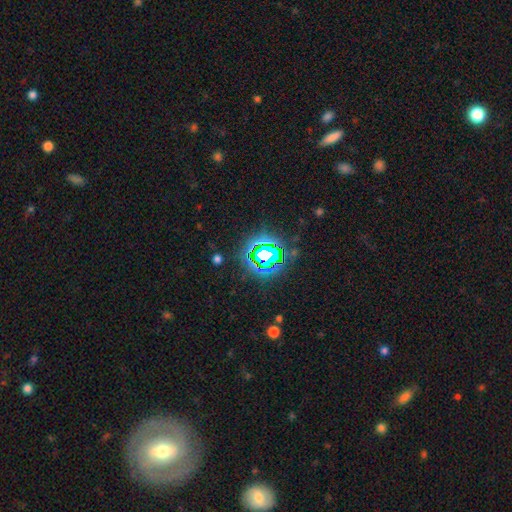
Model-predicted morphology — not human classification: The model was most divided on "smooth or featured": star or artifact: 72%, smooth: 16%, featured or disk: 11%.